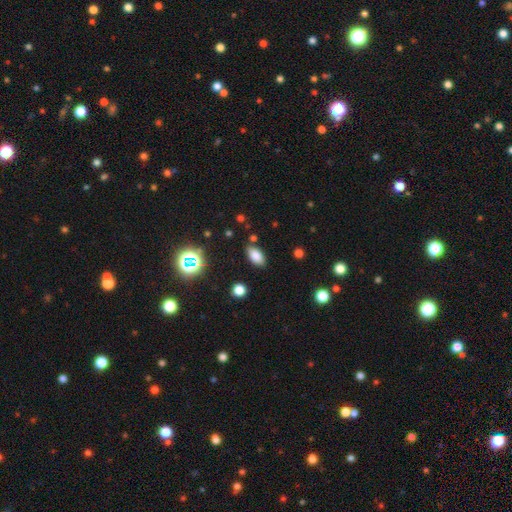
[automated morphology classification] smooth 79%, star or artifact 13%, featured or disk 8%. Down the decision tree: how rounded — in between (91%); merging — none (83%).